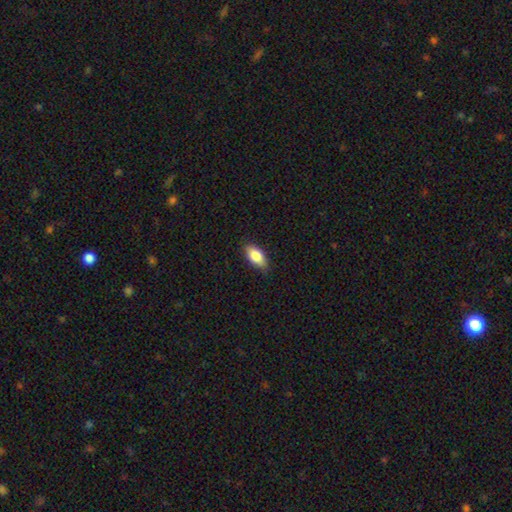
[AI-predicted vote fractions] This is clearly a smooth galaxy (84%). How rounded: clearly in between (90%). Merging: clearly none (84%).